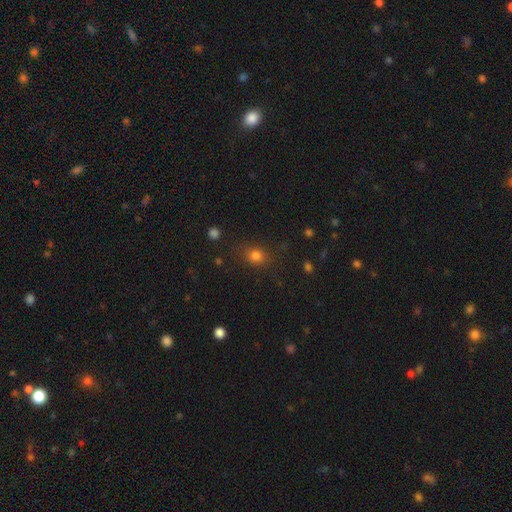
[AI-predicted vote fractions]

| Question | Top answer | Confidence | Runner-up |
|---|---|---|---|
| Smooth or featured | smooth | 79% | star or artifact (15%) |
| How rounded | round | 70% | in between (29%) |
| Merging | none | 80% | minor disturbance (12%) |